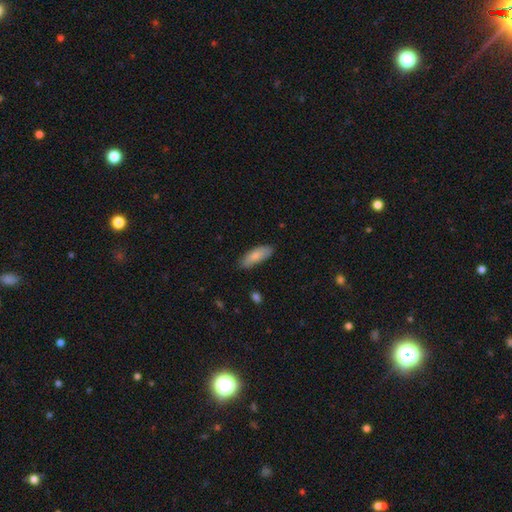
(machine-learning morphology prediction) Overall: smooth (82%). How rounded: in between (69%; cigar-shaped 29%). Merging: none (78%).